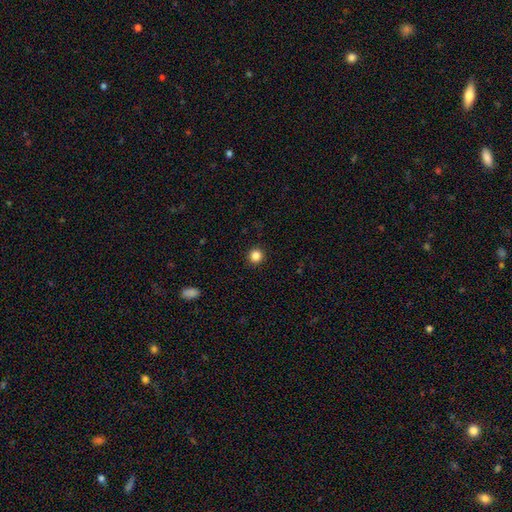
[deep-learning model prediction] Overall: smooth (85%). How rounded: round (95%). Merging: none (93%).